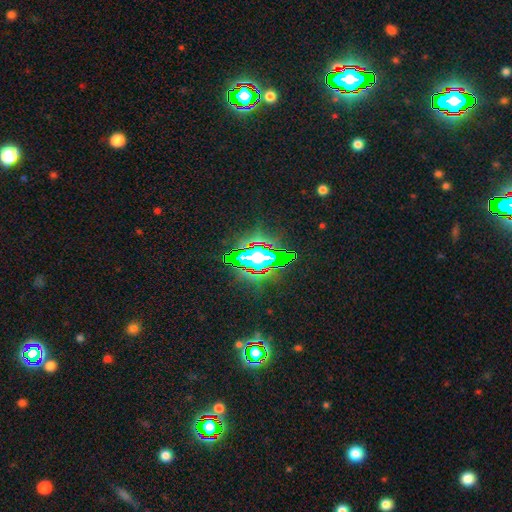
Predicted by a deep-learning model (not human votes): A star or artifact, not a galaxy (77%).

Vote fractions:
- Smooth or featured? star or artifact: 77% / smooth: 12% / featured or disk: 11%